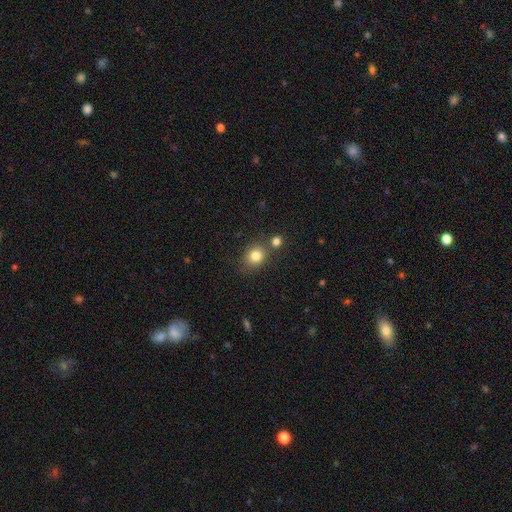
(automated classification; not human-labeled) smooth-or-featured: smooth: 81% | star or artifact: 11% | featured or disk: 7%
  how-rounded: round: 69% | in between: 30% | cigar-shaped: 1%
  merging: none: 66% | merger: 18% | minor disturbance: 12% | major disturbance: 4%